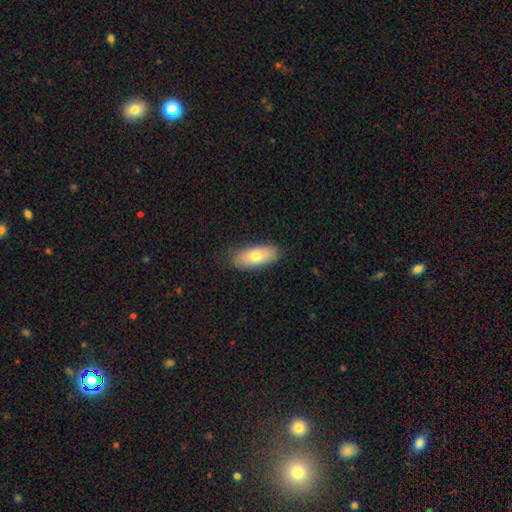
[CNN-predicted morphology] Q: Smooth or featured?
A: smooth (72%); runner-up: featured or disk (22%)
Q: How rounded?
A: in between (86%); runner-up: cigar-shaped (10%)
Q: Merging?
A: none (84%); runner-up: minor disturbance (13%)